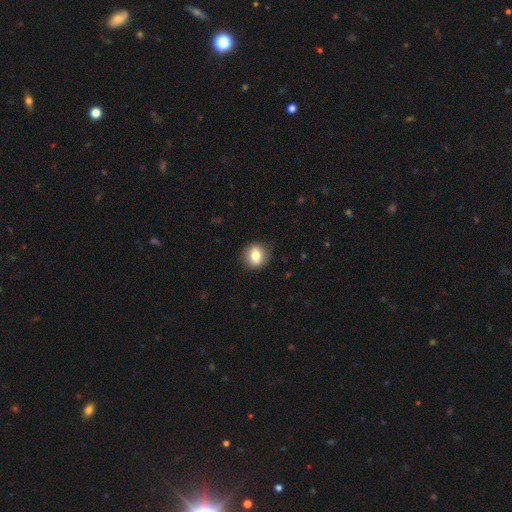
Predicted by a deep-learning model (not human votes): A smooth galaxy with no disk features (77%) that is round (76%).

Vote fractions:
- Smooth or featured? smooth: 77% / featured or disk: 14% / star or artifact: 9%
- How rounded? round: 76% / in between: 23% / cigar-shaped: 1%
- Merging? none: 88% / minor disturbance: 8% / major disturbance: 2% / merger: 1%